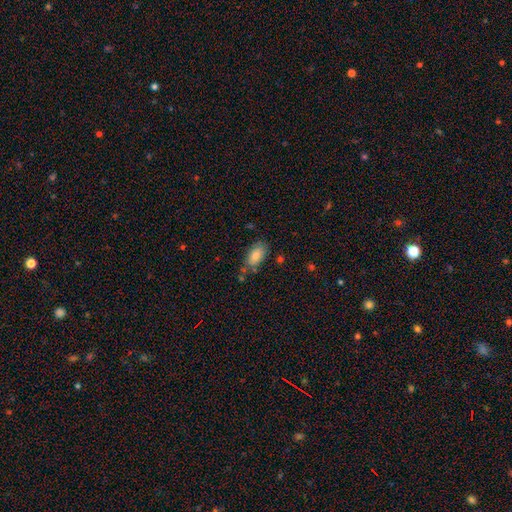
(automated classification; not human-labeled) smooth 81%, featured or disk 11%, star or artifact 7%. Down the decision tree: how rounded — in between (92%); merging — none (66%).